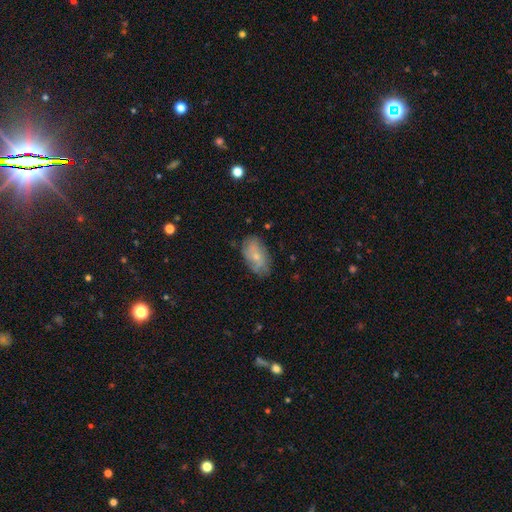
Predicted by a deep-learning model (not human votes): A smooth galaxy with no disk features (57%) that is in between round and cigar-shaped (92%). Merging: none (71%).